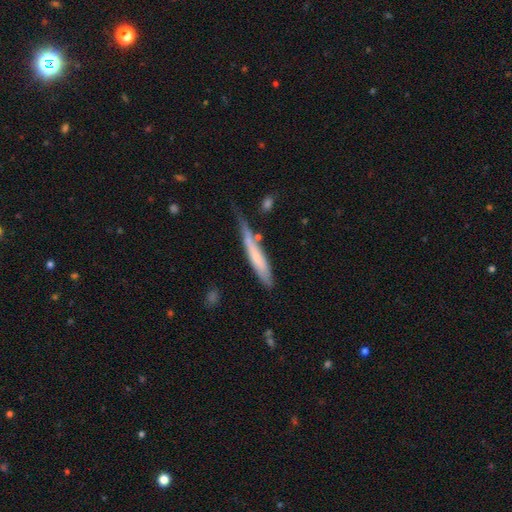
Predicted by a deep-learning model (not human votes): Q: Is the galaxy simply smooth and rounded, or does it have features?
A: smooth — 60%.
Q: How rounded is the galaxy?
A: cigar-shaped — 91%.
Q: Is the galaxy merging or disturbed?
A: none — 51%.